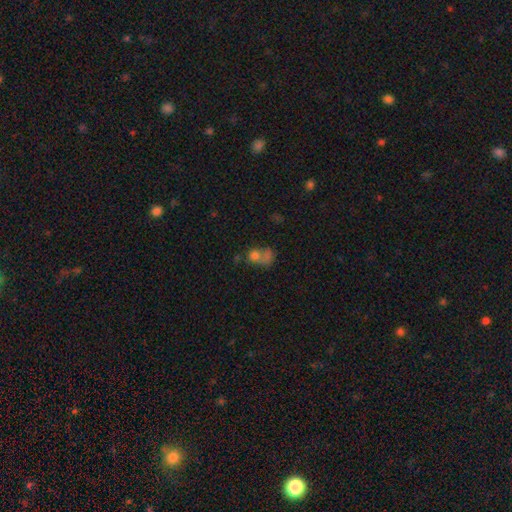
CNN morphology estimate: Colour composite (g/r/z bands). It shows a smooth galaxy with no disk features (67%) that is round (59%). Merging: merger (49%).